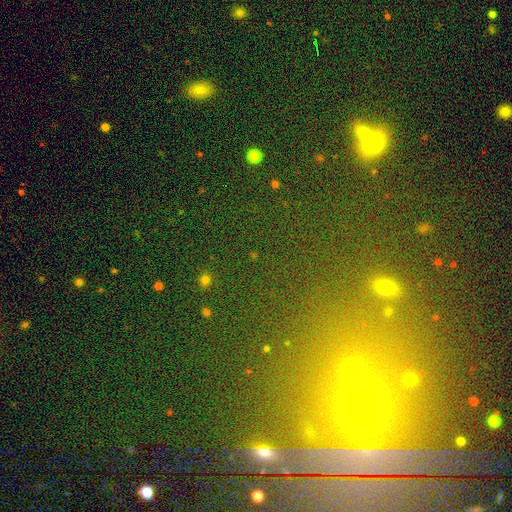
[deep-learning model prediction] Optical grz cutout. It shows a star or artifact, not a galaxy (66%).